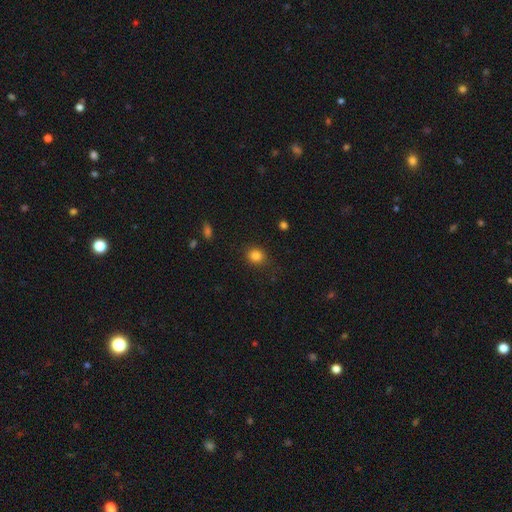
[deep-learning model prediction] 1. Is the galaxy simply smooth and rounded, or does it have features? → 84% smooth, 11% star or artifact, 5% featured or disk.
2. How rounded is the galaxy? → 76% round, 24% in between, 1% cigar-shaped.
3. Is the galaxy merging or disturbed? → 85% none, 10% minor disturbance, 3% major disturbance, 1% merger.